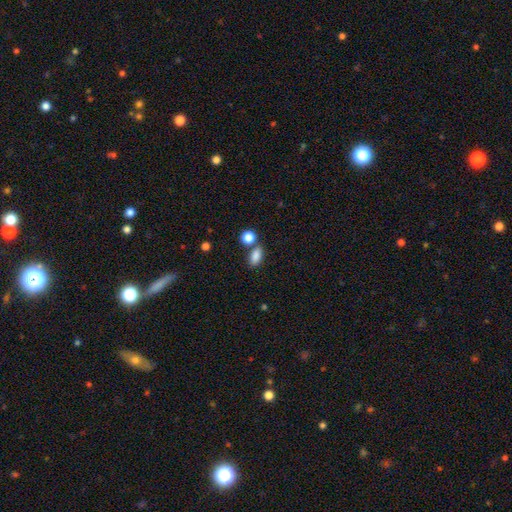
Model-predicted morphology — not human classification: Smooth or featured? smooth (85%)
How rounded? in between (83%)
Merging? none (64%)